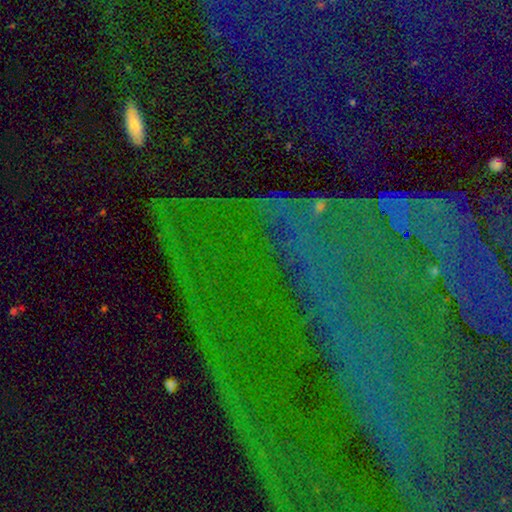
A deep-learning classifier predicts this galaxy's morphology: Overall: star or artifact (78%).